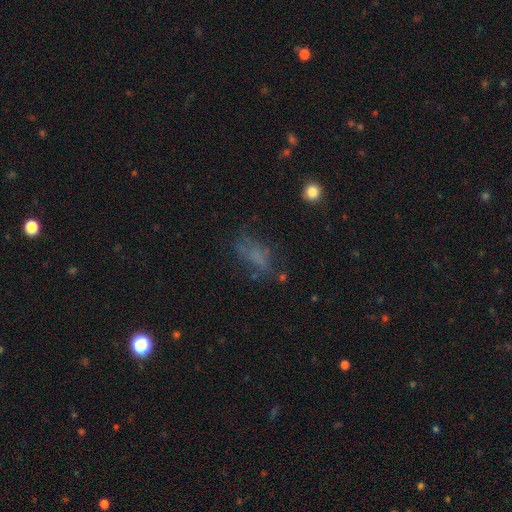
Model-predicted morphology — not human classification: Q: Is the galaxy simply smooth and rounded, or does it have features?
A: smooth — 50%.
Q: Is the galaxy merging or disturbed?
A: none — 52%.